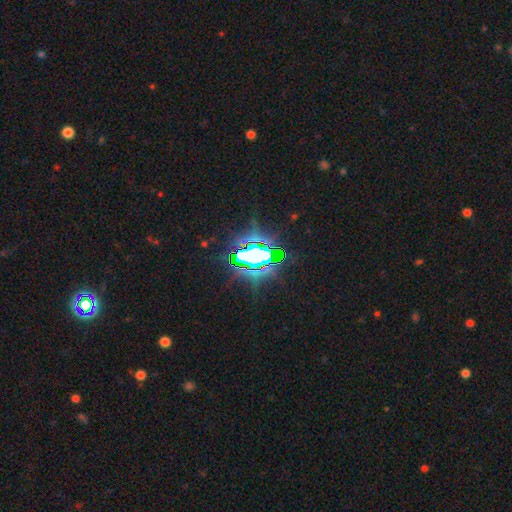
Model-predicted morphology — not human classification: A star or artifact, not a galaxy (75%).

Vote fractions:
- Smooth or featured? star or artifact: 75% / smooth: 13% / featured or disk: 12%